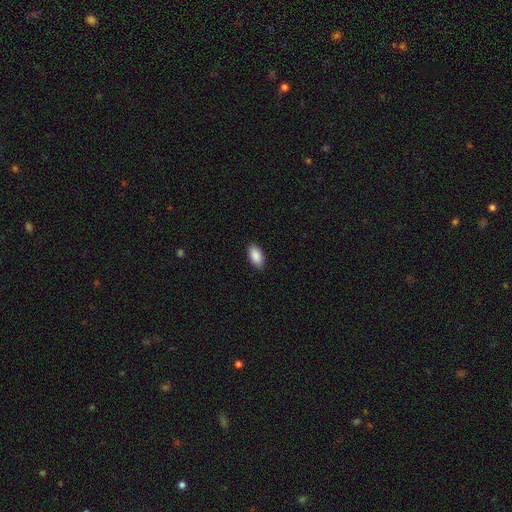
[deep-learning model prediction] The model was most divided on "merging": none: 88%, minor disturbance: 9%, major disturbance: 2%, merger: 1%. More confident: how rounded — in between (95%); smooth or featured — smooth (90%).